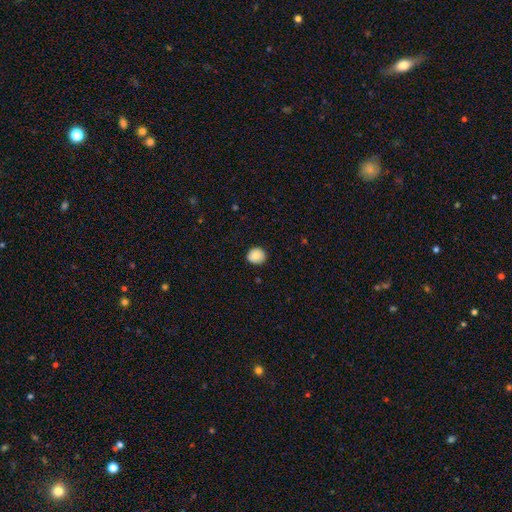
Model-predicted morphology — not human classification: Overall: smooth (82%). How rounded: round (88%). Merging: none (89%).